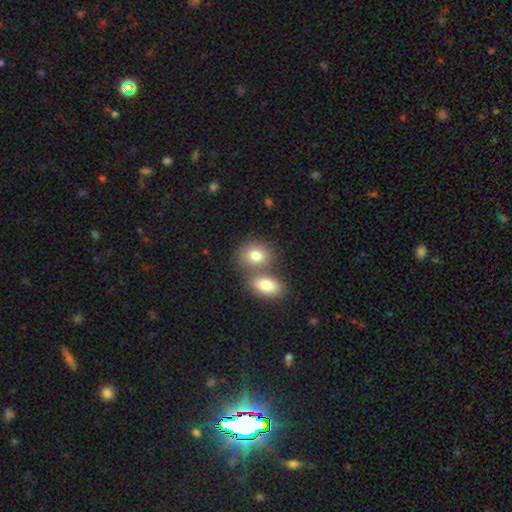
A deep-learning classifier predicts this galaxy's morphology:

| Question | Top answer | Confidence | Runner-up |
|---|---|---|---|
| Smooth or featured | smooth | 80% | featured or disk (11%) |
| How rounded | in between | 50% | round (49%) |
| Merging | none | 44% | tied: merger (44%) |